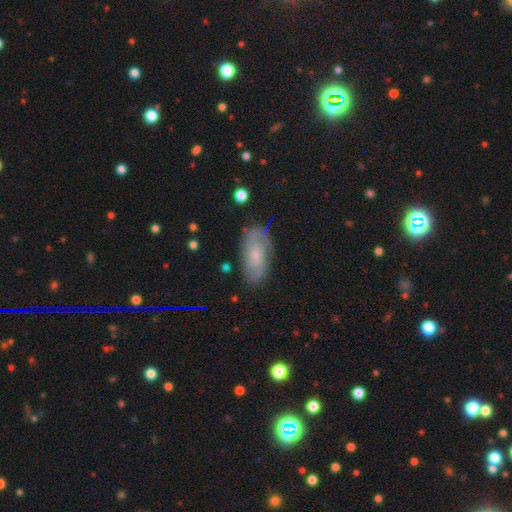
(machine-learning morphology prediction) featured or disk 60%, smooth 32%, star or artifact 8%. Down the decision tree: edge-on disk — no (93%); bar — no (73%); spiral arms — yes (83%); bulge size — small (73%); merging — none (75%).